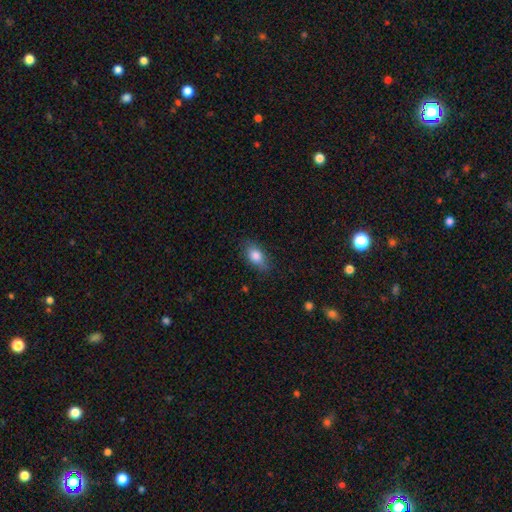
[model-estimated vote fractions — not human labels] Smooth or featured: smooth — 82% (featured or disk — 10%)
How rounded: in between — 86% (round — 8%)
Merging: none — 79% (minor disturbance — 16%)